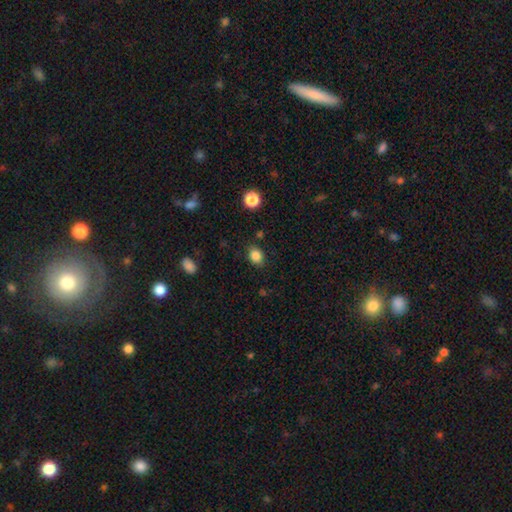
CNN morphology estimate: Overall: smooth (85%). How rounded: in between (58%; round 41%). Merging: none (82%).